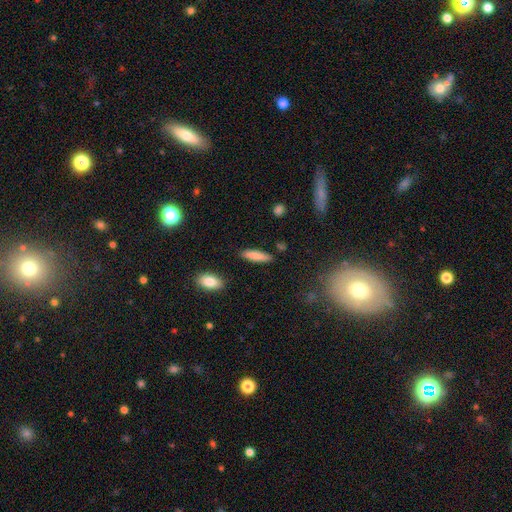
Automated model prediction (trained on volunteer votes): Smooth or featured? smooth (83%)
How rounded? cigar-shaped (70%)
Merging? none (86%)